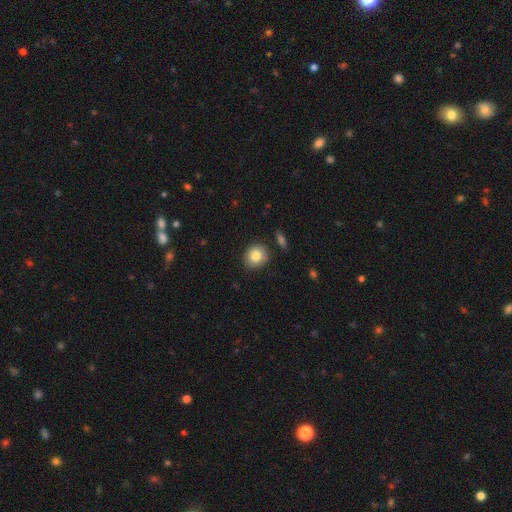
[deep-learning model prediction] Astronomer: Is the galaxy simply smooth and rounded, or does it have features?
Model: smooth — 82%.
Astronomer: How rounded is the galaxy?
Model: round — 81%.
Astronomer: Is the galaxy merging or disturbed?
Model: none — 86%.